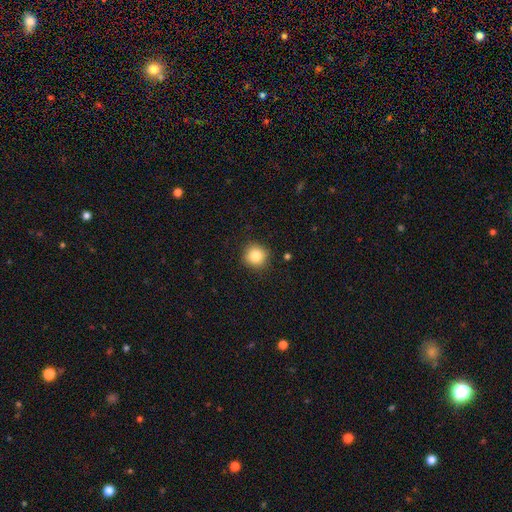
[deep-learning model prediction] A smooth galaxy with no disk features (84%) that is round (92%).

Vote fractions:
- Smooth or featured? smooth: 84% / star or artifact: 10% / featured or disk: 6%
- How rounded? round: 92% / in between: 7% / cigar-shaped: 1%
- Merging? none: 88% / minor disturbance: 9% / major disturbance: 2% / merger: 1%